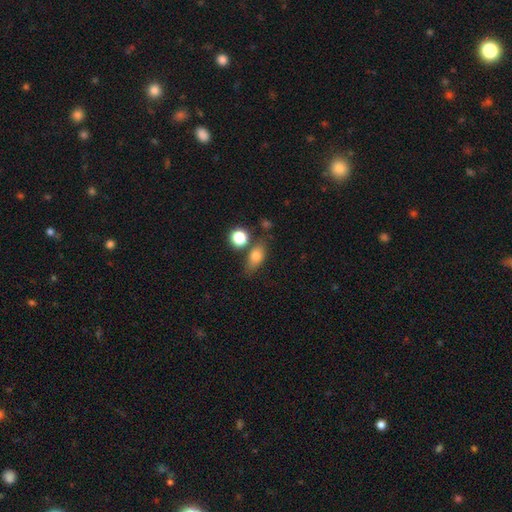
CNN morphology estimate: Overall: smooth (76%). How rounded: in between (71%). Merging: none (65%).